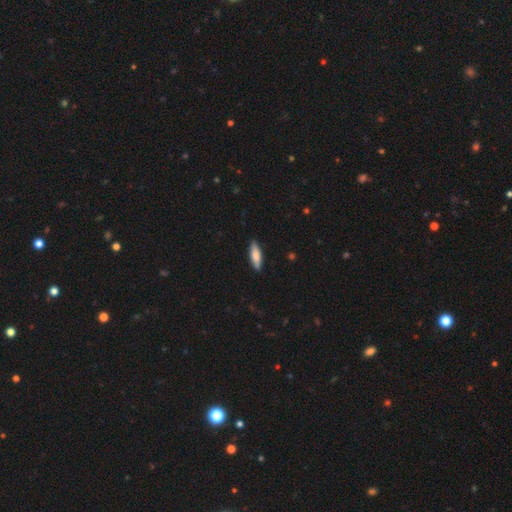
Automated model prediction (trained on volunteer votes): Smooth or featured? smooth (75%)
How rounded? cigar-shaped (50%)
Merging? none (86%)